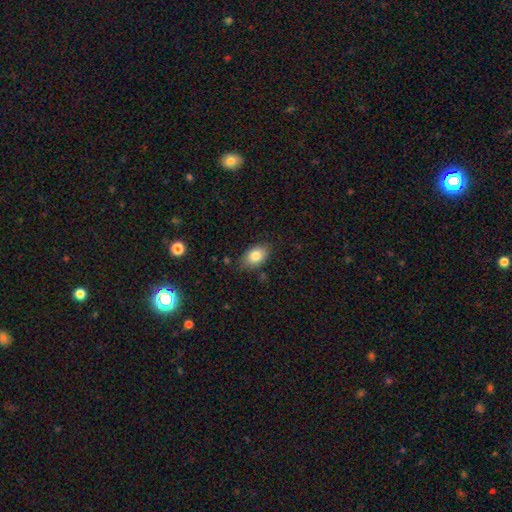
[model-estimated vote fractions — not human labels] The model was most divided on "merging": none: 79%, minor disturbance: 16%, major disturbance: 3%, merger: 2%. More confident: how rounded — in between (85%); smooth or featured — smooth (81%).